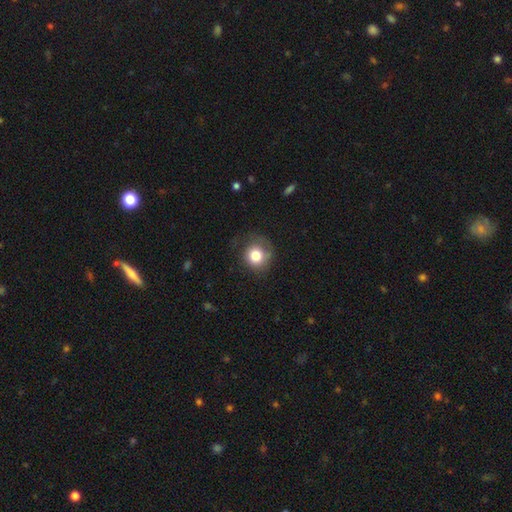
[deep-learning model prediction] Morphology: type=smooth (79%); roundness=round (86%); merging=none (64%).